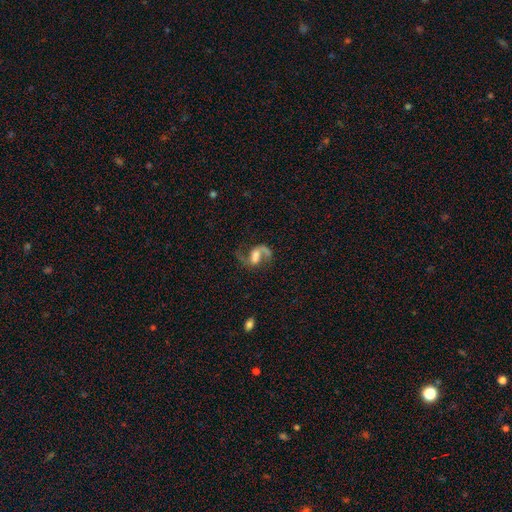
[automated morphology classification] A featured or disk galaxy (78%) with a weak bar (44%), 2 (81%) loose (63%) spiral arms (92%) and a moderate central bulge (33%). Merging: none (52%).